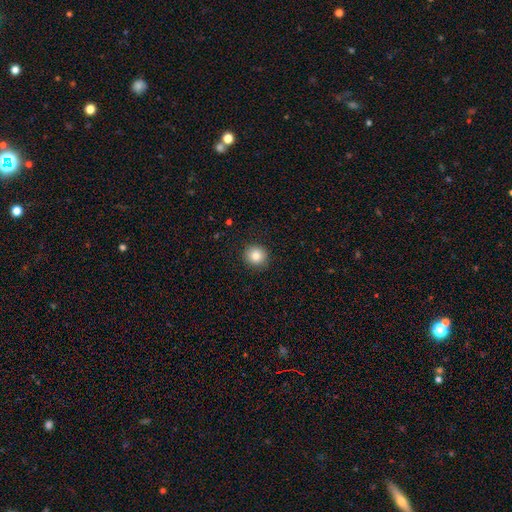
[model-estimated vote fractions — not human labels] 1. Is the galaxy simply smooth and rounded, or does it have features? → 84% smooth, 10% star or artifact, 6% featured or disk.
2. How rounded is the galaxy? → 90% round, 9% in between, 1% cigar-shaped.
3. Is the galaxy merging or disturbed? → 91% none, 6% minor disturbance, 2% major disturbance, 1% merger.